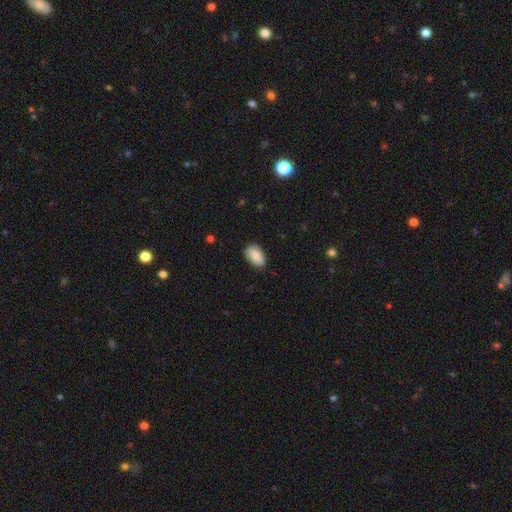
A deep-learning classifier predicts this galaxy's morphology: smooth 80%, featured or disk 14%, star or artifact 7%. Down the decision tree: how rounded — in between (92%); merging — none (83%).